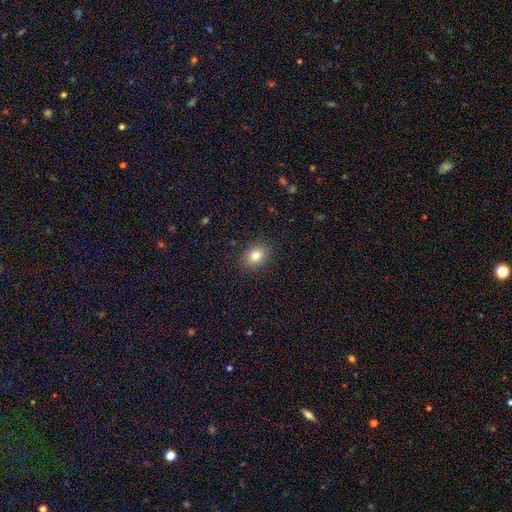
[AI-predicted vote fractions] Smooth or featured?
  - smooth: 80% *
  - star or artifact: 11%
  - featured or disk: 9%
How rounded?
  - in between: 55% *
  - round: 44%
  - cigar-shaped: 1%
Merging?
  - none: 89% *
  - minor disturbance: 8%
  - major disturbance: 2%
  - merger: 1%